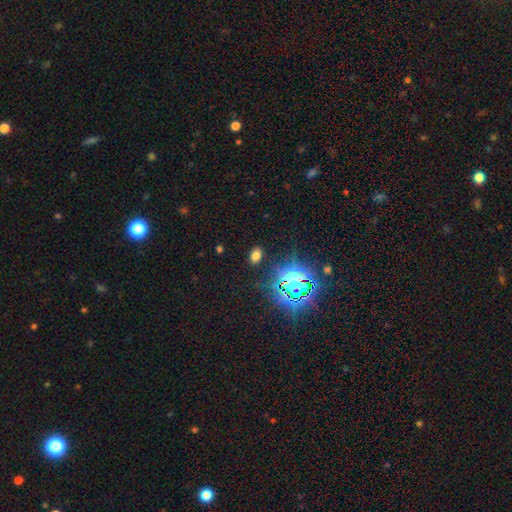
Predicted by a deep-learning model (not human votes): The model was most divided on "smooth or featured": smooth: 64%, star or artifact: 29%, featured or disk: 7%. More confident: merging — none (86%); how rounded — in between (85%).